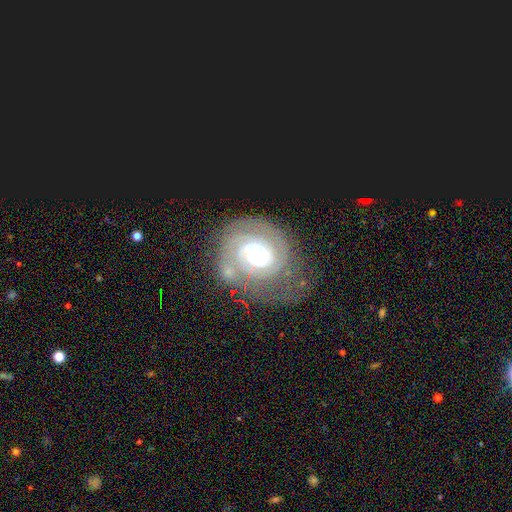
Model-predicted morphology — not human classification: Smooth or featured: featured or disk — 78% (smooth — 14%)
Edge-on disk: no — 97% (yes — 3%)
Bar: no — 51% (weak — 33%)
Spiral arms: yes — 85% (no — 15%)
Spiral winding: tight — 62% (medium — 27%)
Spiral arm count: 2 — 33% (can't tell — 28%)
Bulge size: moderate — 40% (large — 34%)
Merging: none — 47% (major disturbance — 26%)